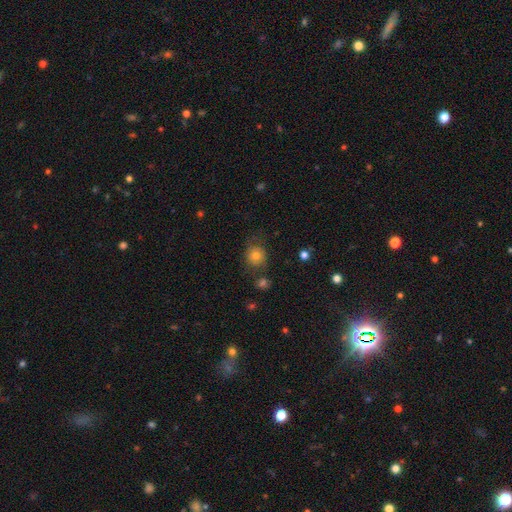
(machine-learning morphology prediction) This appears to be a smooth galaxy with no disk features (75%) that is round (86%). Merging: none (69%).